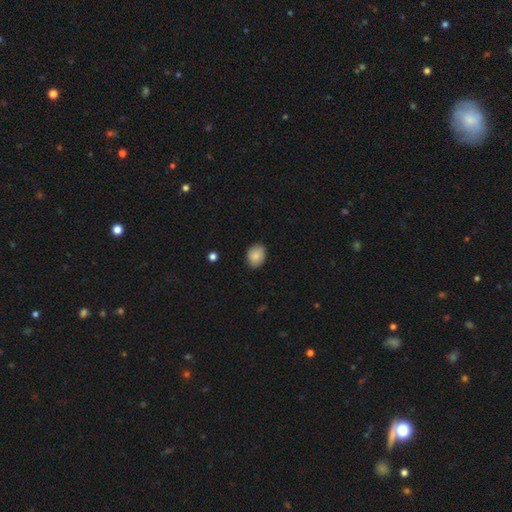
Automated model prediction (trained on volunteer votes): smooth-or-featured: smooth: 86% | star or artifact: 7% | featured or disk: 7%
  how-rounded: in between: 58% | round: 41% | cigar-shaped: 1%
  merging: none: 84% | minor disturbance: 13% | major disturbance: 2% | merger: 1%